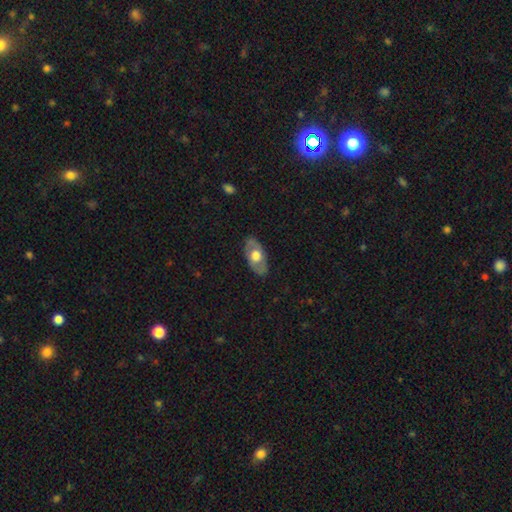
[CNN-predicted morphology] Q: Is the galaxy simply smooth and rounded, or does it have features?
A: featured or disk — 47%, tied with smooth.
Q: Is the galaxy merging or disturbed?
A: none — 82%.